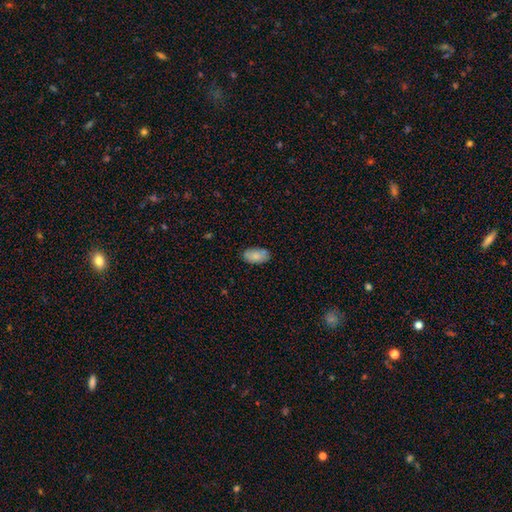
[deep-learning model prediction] Smooth or featured? Predicted: smooth (p=0.81). How rounded? Predicted: in between (p=0.94). Merging? Predicted: none (p=0.77).